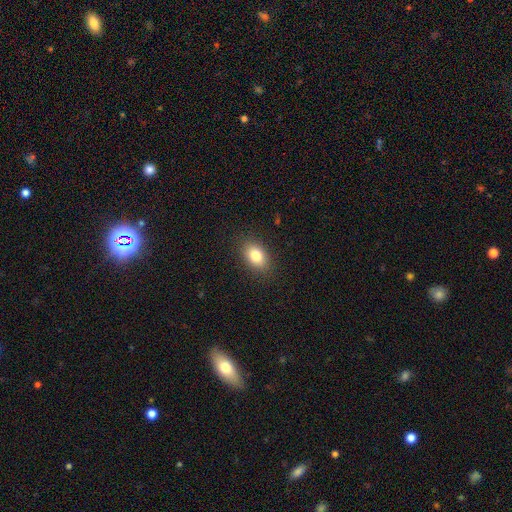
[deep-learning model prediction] smooth-or-featured: smooth: 82% | star or artifact: 9% | featured or disk: 9%
  how-rounded: in between: 84% | round: 15% | cigar-shaped: 2%
  merging: none: 87% | minor disturbance: 9% | major disturbance: 3% | merger: 1%